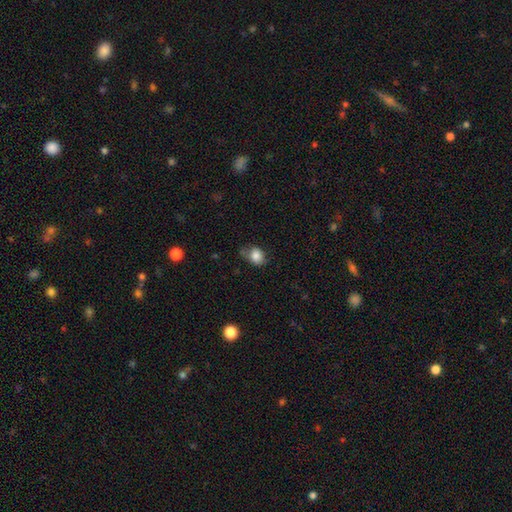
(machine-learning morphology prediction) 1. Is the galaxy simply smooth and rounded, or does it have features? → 83% smooth, 9% star or artifact, 8% featured or disk.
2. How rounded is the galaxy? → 56% in between, 43% round, 1% cigar-shaped.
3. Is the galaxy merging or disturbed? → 55% none, 33% minor disturbance, 9% major disturbance, 3% merger.